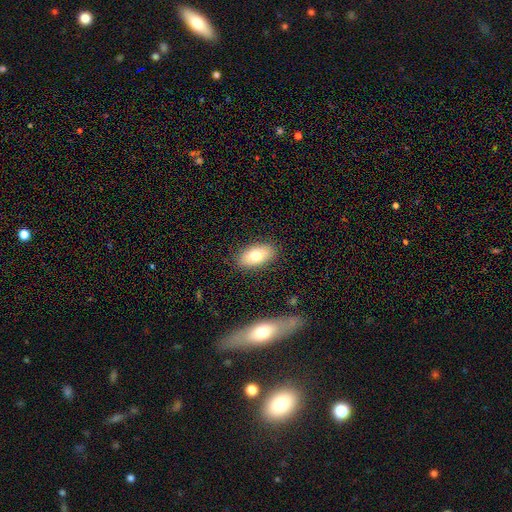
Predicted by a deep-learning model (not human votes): A smooth galaxy with no disk features (73%) that is in between round and cigar-shaped (91%). Merging: none (86%).